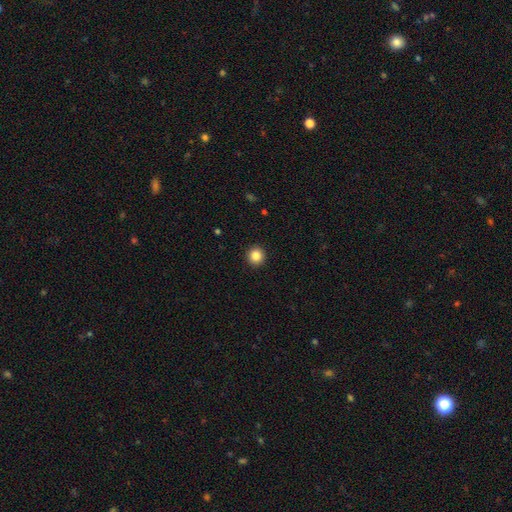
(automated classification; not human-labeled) smooth 86%, star or artifact 10%, featured or disk 4%. Down the decision tree: how rounded — round (92%); merging — none (93%).